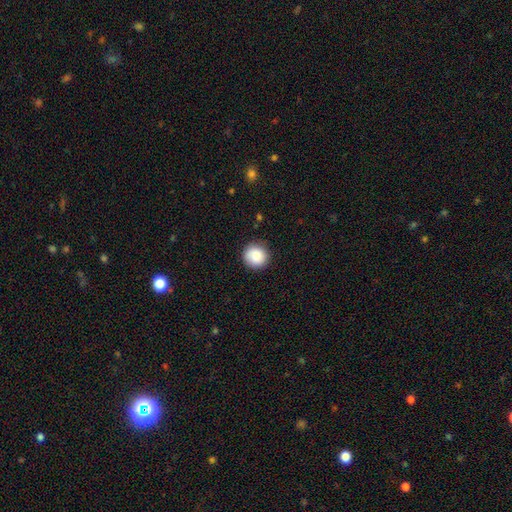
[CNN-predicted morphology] Smooth or featured? smooth (87%)
How rounded? round (94%)
Merging? none (88%)